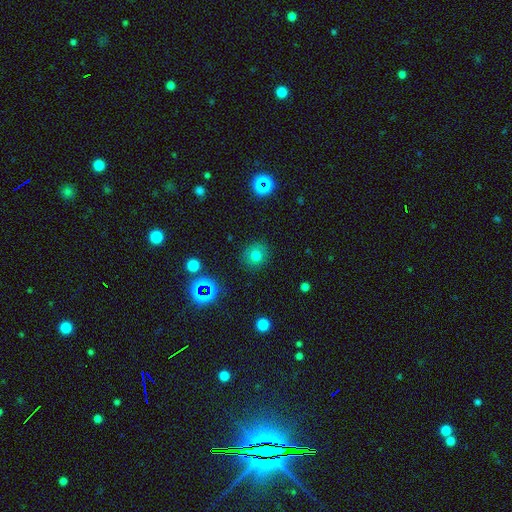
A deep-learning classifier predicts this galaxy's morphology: The model was most divided on "smooth or featured": smooth: 72%, star or artifact: 18%, featured or disk: 10%. More confident: how rounded — round (87%); merging — none (87%).